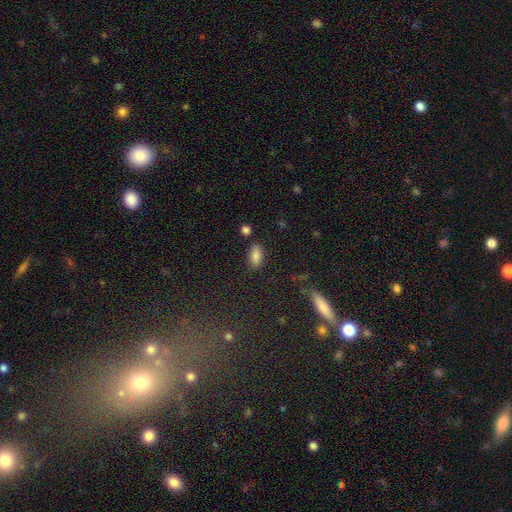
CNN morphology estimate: This is clearly a smooth galaxy (84%). How rounded: clearly in between (91%). Merging: clearly none (81%).